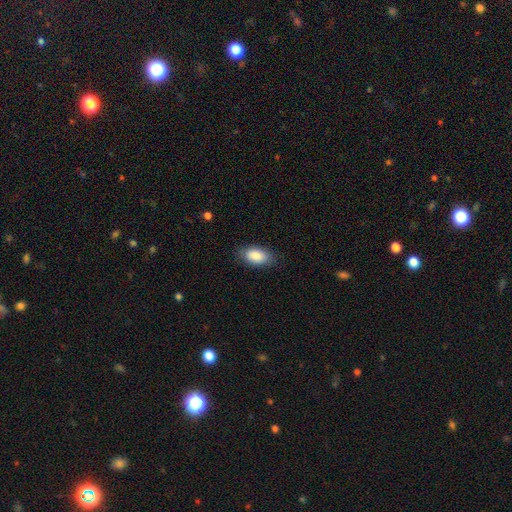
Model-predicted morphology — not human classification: Q: Smooth or featured?
A: smooth (88%); runner-up: star or artifact (6%)
Q: How rounded?
A: in between (93%); runner-up: round (4%)
Q: Merging?
A: none (83%); runner-up: minor disturbance (13%)